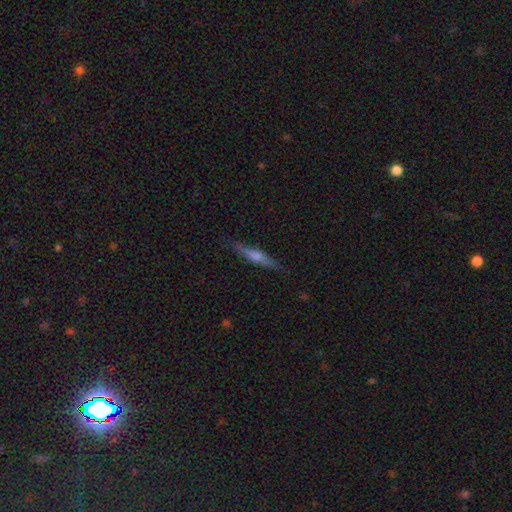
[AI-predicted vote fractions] Smooth or featured: featured or disk — 57% (smooth — 37%)
Edge-on disk: yes — 96% (no — 4%)
Edge-on bulge: rounded — 70% (boxy — 17%)
Merging: none — 87% (minor disturbance — 10%)